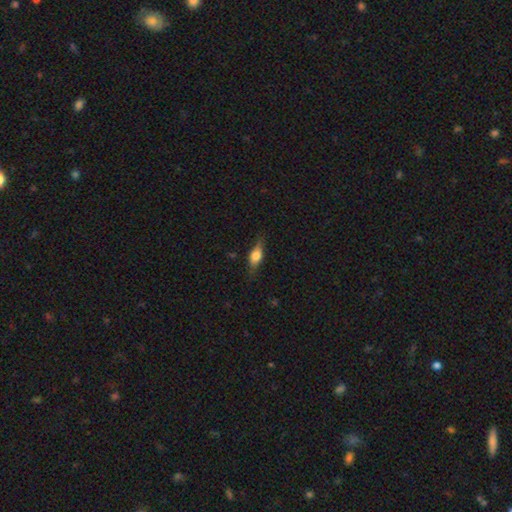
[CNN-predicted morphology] This is possibly a smooth galaxy (60%). How rounded: likely in between (69%). Merging: likely none (73%).